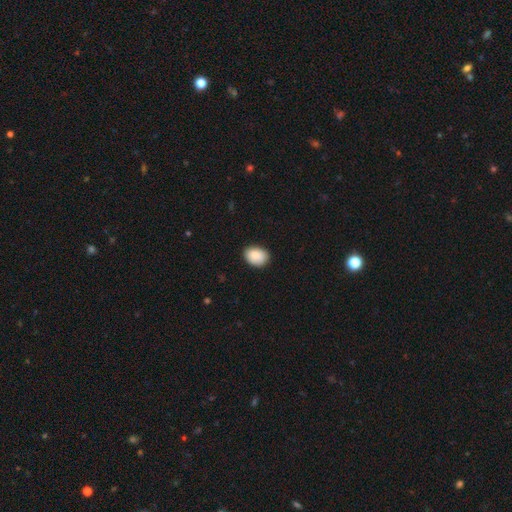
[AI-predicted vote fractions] Smooth or featured? Predicted: smooth (p=0.89). How rounded? Predicted: in between (p=0.73). Merging? Predicted: none (p=0.84).